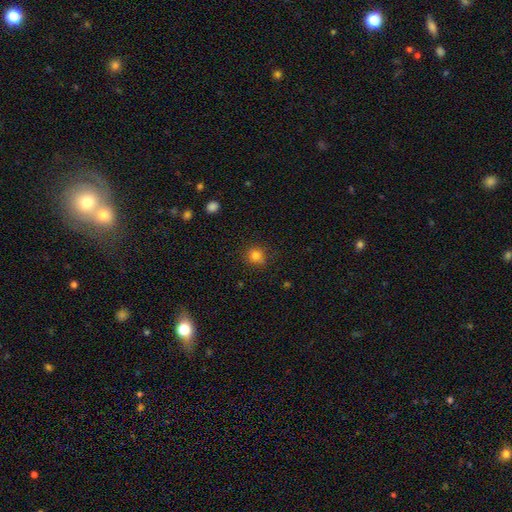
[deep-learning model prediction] This is clearly a smooth galaxy (81%). How rounded: clearly round (87%). Merging: likely none (79%).